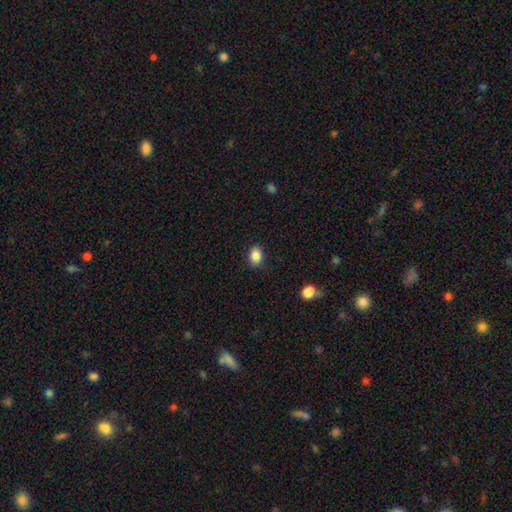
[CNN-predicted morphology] Smooth or featured? Predicted: smooth (p=0.87). How rounded? Predicted: in between (p=0.72). Merging? Predicted: none (p=0.87).